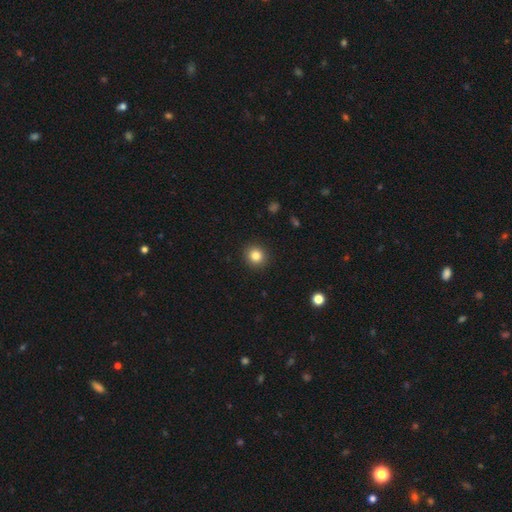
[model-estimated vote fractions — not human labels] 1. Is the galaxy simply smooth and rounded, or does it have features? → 83% smooth, 11% star or artifact, 6% featured or disk.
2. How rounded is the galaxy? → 89% round, 10% in between, 1% cigar-shaped.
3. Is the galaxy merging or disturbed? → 92% none, 5% minor disturbance, 2% major disturbance, 1% merger.